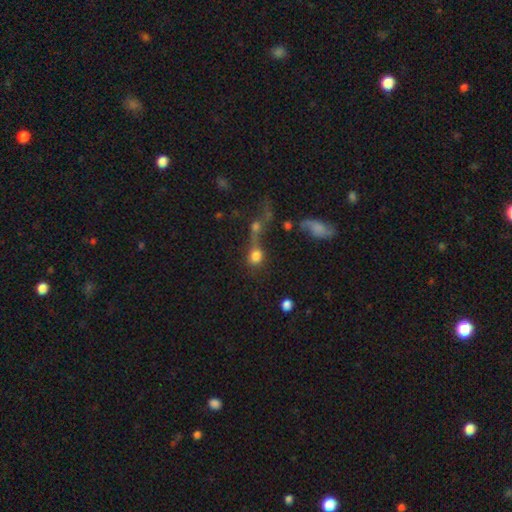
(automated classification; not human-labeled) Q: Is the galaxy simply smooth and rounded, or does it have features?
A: smooth — 75%.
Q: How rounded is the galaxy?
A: round — 65%.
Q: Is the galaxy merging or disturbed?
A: merger — 44%.